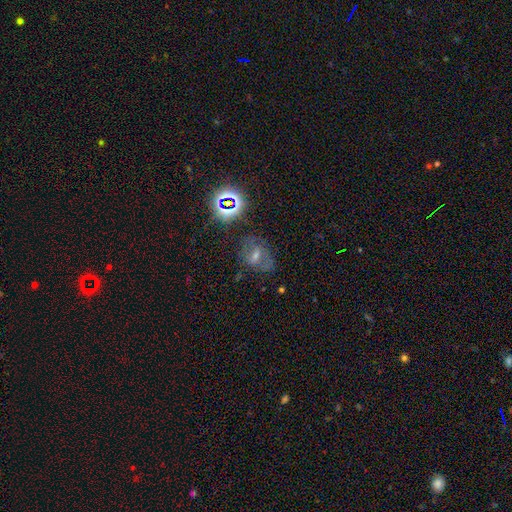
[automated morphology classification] type=featured or disk (39%); merging=none (60%).